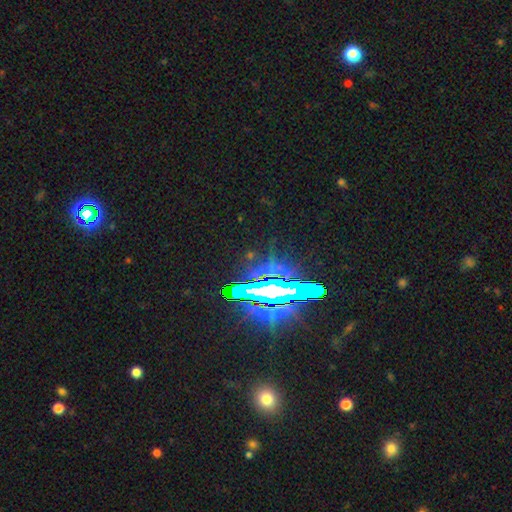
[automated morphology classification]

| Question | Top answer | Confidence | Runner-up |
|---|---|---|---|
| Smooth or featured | star or artifact | 69% | featured or disk (19%) |